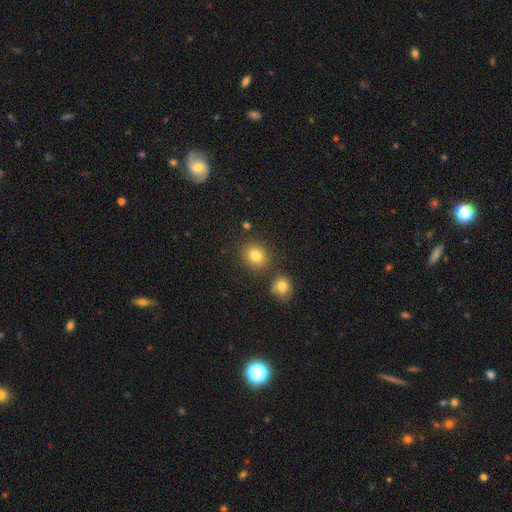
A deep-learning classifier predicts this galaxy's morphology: A smooth galaxy with no disk features (81%) that is round (76%). Merging: none (79%).